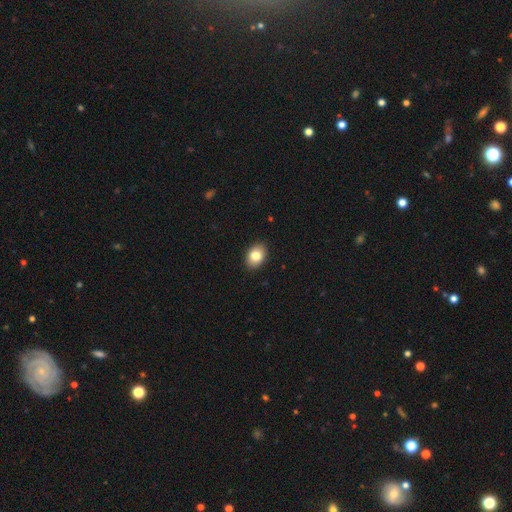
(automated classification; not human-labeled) The model was most divided on "how rounded": in between: 79%, round: 20%, cigar-shaped: 1%. More confident: merging — none (90%); smooth or featured — smooth (82%).